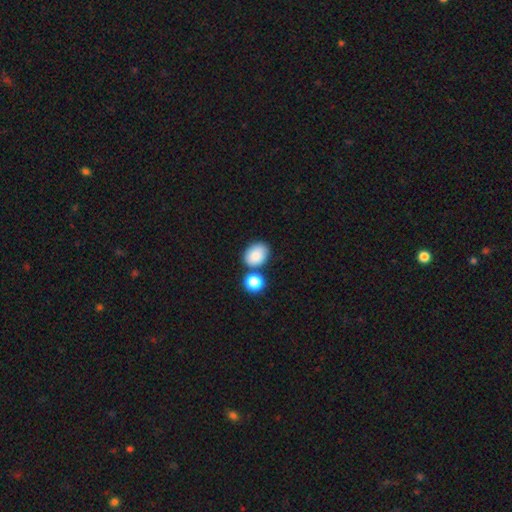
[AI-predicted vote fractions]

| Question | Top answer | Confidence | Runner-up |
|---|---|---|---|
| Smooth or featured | smooth | 86% | star or artifact (8%) |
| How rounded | in between | 71% | round (28%) |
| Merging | none | 63% | merger (18%) |